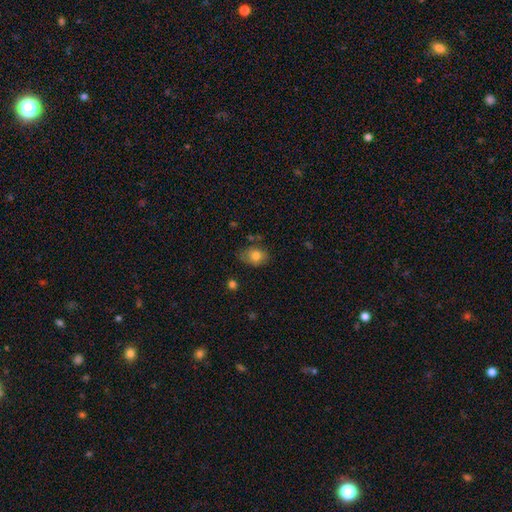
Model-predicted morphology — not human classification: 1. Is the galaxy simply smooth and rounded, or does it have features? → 78% smooth, 12% featured or disk, 9% star or artifact.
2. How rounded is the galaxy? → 66% in between, 33% round, 1% cigar-shaped.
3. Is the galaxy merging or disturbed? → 65% none, 26% minor disturbance, 6% major disturbance, 3% merger.